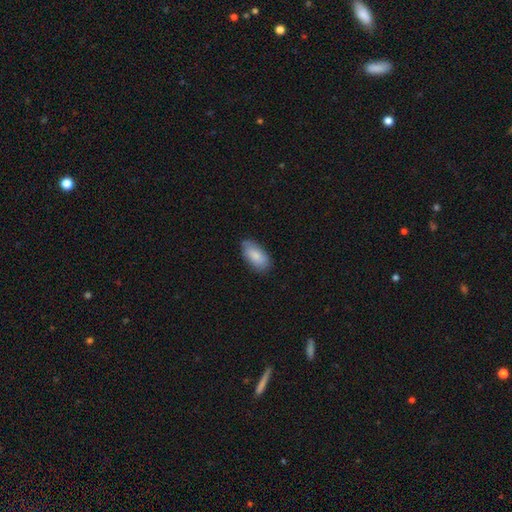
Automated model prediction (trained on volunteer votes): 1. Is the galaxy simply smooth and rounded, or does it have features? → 84% smooth, 10% featured or disk, 6% star or artifact.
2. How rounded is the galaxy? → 93% in between, 5% cigar-shaped, 3% round.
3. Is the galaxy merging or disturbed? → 76% none, 20% minor disturbance, 3% major disturbance, 1% merger.